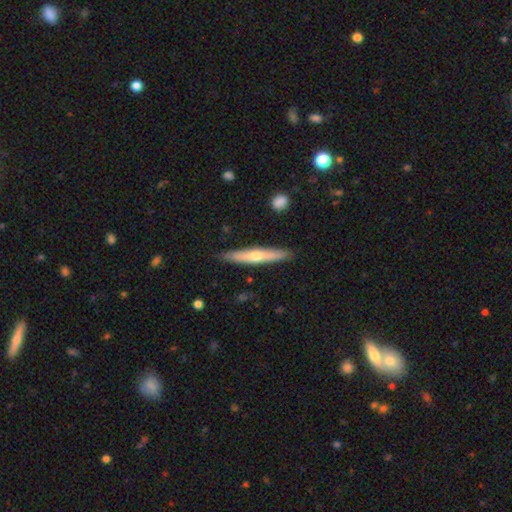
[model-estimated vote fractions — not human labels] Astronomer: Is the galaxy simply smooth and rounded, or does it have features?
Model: featured or disk — 51% (runner-up: smooth, 43%).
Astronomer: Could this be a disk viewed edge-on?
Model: yes — 93%.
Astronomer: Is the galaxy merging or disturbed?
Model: none — 89%.